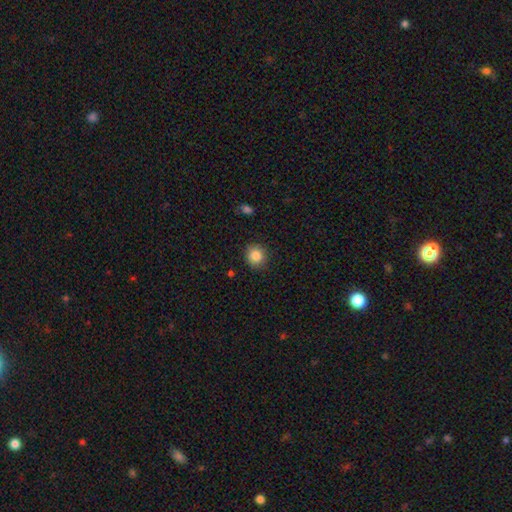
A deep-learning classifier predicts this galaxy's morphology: This is clearly a smooth galaxy (86%). How rounded: clearly round (89%). Merging: clearly none (88%).